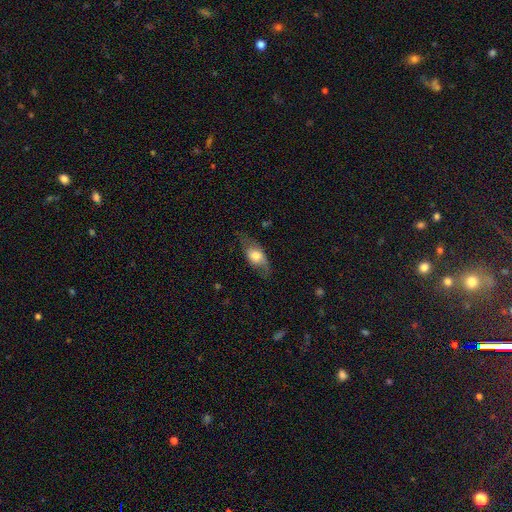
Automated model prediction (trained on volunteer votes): Q: Smooth or featured?
A: smooth (58%); runner-up: featured or disk (35%)
Q: How rounded?
A: in between (79%); runner-up: round (12%)
Q: Merging?
A: none (60%); runner-up: minor disturbance (26%)